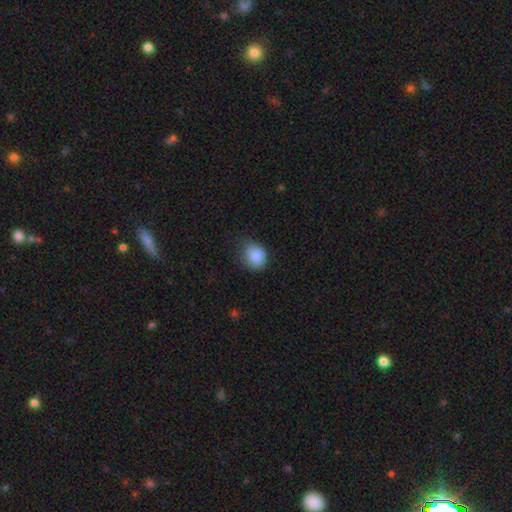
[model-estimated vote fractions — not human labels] smooth 85%, star or artifact 9%, featured or disk 7%. Down the decision tree: how rounded — round (55%); merging — none (54%).